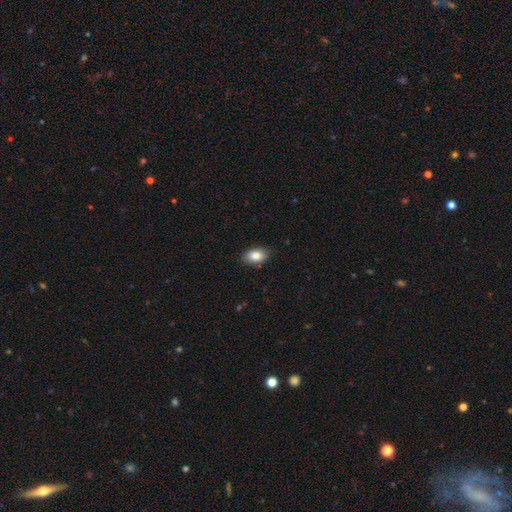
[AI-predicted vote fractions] Smooth or featured?
  - smooth: 85% *
  - featured or disk: 8%
  - star or artifact: 7%
How rounded?
  - in between: 91% *
  - round: 7%
  - cigar-shaped: 2%
Merging?
  - none: 85% *
  - minor disturbance: 11%
  - major disturbance: 2%
  - merger: 1%